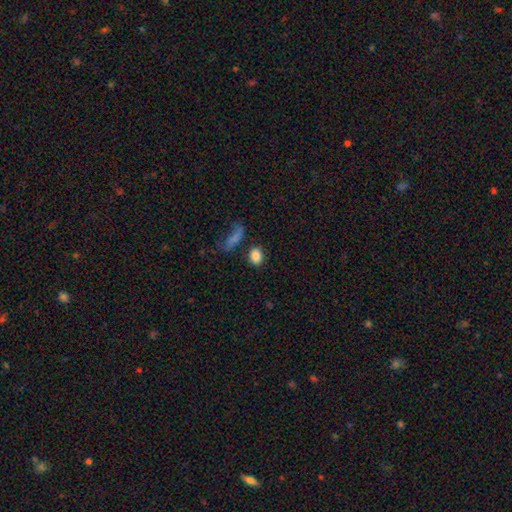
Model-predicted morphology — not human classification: This is clearly a smooth galaxy (85%). How rounded: likely in between (69%). Merging: likely none (75%).